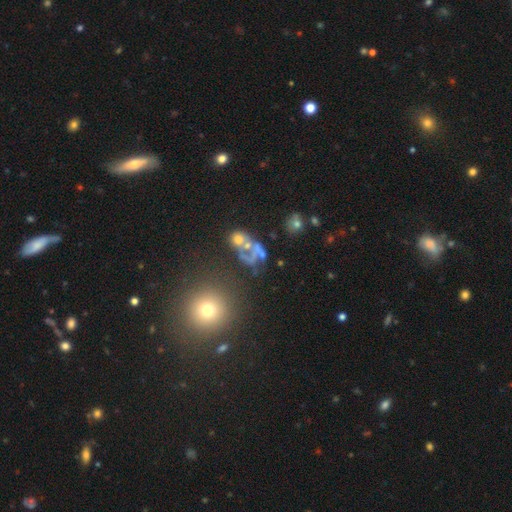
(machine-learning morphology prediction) featured or disk 41%, smooth 33%, star or artifact 25%. Down the decision tree: merging — merger (30%).